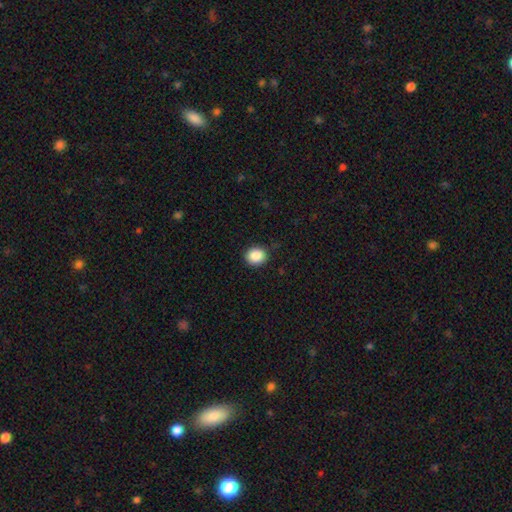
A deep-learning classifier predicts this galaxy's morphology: The model was most divided on "how rounded": round: 65%, in between: 34%, cigar-shaped: 1%. More confident: smooth or featured — smooth (88%); merging — none (88%).